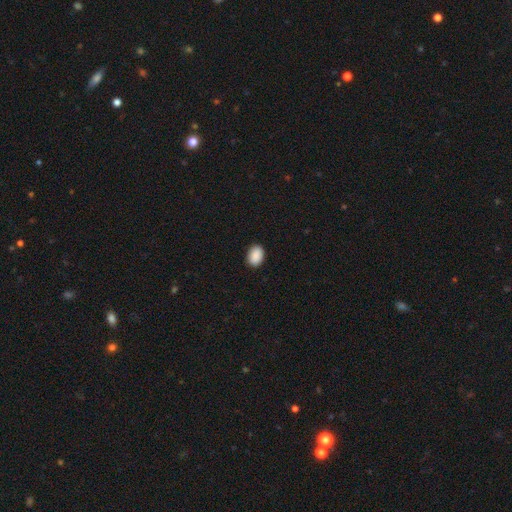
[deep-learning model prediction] Smooth or featured?
  - smooth: 91% *
  - star or artifact: 7%
  - featured or disk: 3%
How rounded?
  - in between: 80% *
  - round: 19%
  - cigar-shaped: 1%
Merging?
  - none: 89% *
  - minor disturbance: 8%
  - major disturbance: 2%
  - merger: 1%